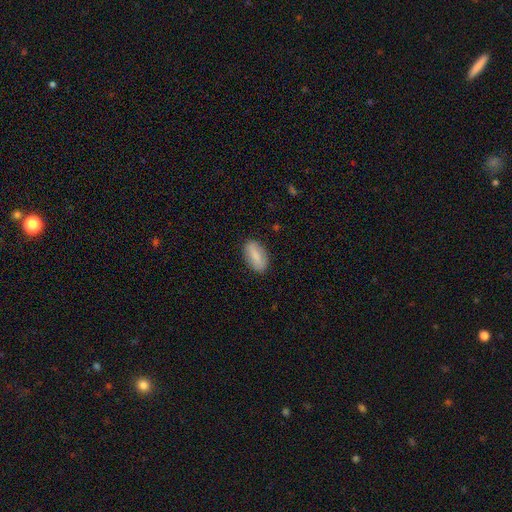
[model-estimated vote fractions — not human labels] Smooth or featured: smooth — 78% (featured or disk — 15%)
How rounded: in between — 89% (cigar-shaped — 7%)
Merging: none — 86% (minor disturbance — 10%)